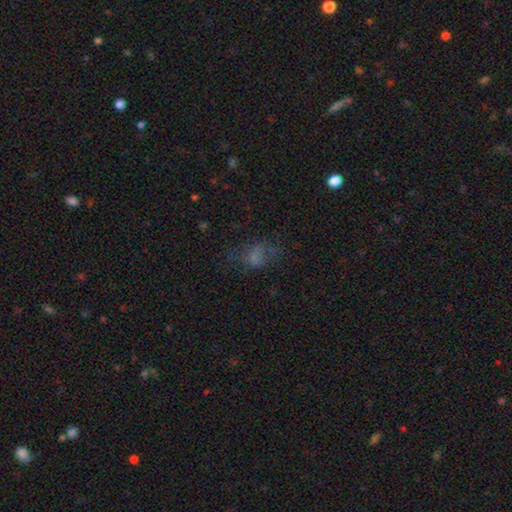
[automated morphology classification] The model was most divided on "merging": none: 47%, major disturbance: 29%, minor disturbance: 21%, merger: 4%. More confident: how rounded — in between (72%); smooth or featured — smooth (51%).